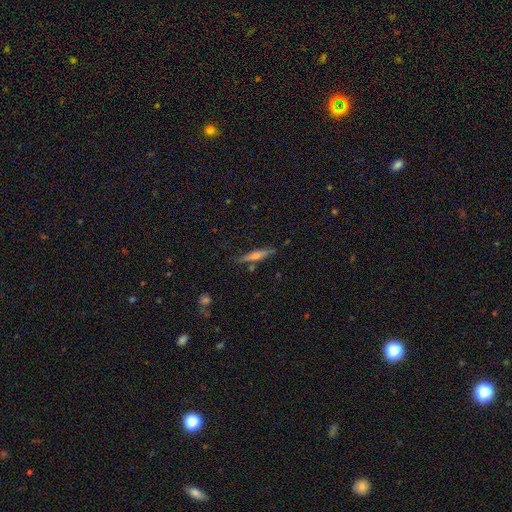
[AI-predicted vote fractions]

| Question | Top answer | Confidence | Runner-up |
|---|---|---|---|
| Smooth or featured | featured or disk | 58% | smooth (35%) |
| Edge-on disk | yes | 95% | no (5%) |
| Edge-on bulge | rounded | 76% | none (16%) |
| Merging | none | 84% | minor disturbance (11%) |